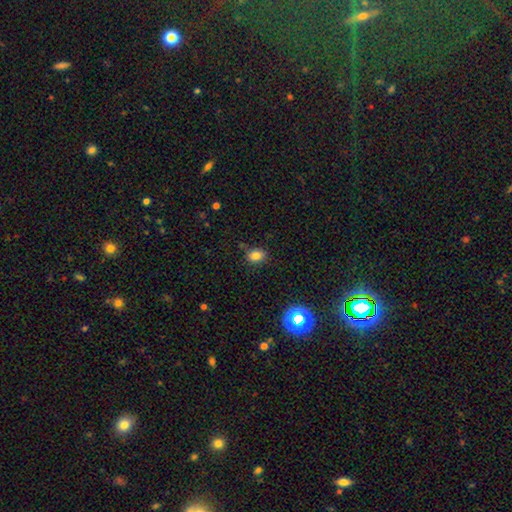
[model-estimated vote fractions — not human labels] smooth-or-featured: smooth: 81% | star or artifact: 13% | featured or disk: 6%
  how-rounded: in between: 62% | round: 36% | cigar-shaped: 1%
  merging: none: 77% | minor disturbance: 15% | merger: 4% | major disturbance: 4%